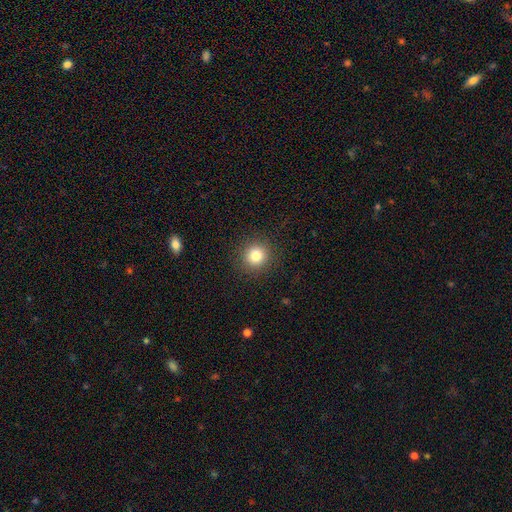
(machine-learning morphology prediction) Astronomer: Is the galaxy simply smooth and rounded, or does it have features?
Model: smooth — 82%.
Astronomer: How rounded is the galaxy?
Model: round — 94%.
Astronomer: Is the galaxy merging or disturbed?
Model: none — 91%.